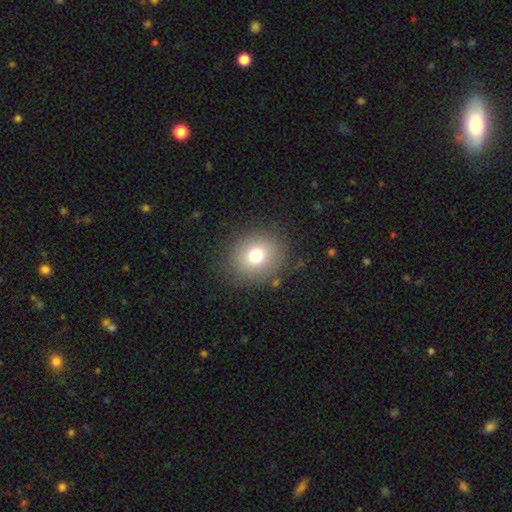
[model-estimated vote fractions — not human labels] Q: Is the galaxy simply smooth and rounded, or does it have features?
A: smooth — 74%.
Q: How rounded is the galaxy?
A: round — 77%.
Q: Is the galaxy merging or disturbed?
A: none — 88%.